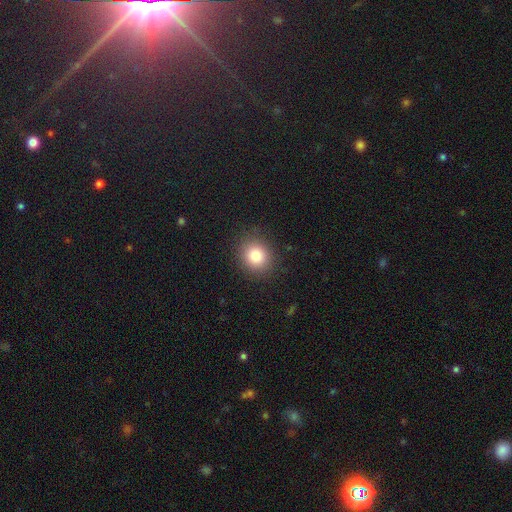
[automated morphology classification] smooth-or-featured: smooth: 81% | star or artifact: 12% | featured or disk: 7%
  how-rounded: round: 81% | in between: 18% | cigar-shaped: 1%
  merging: none: 89% | minor disturbance: 7% | major disturbance: 3% | merger: 1%